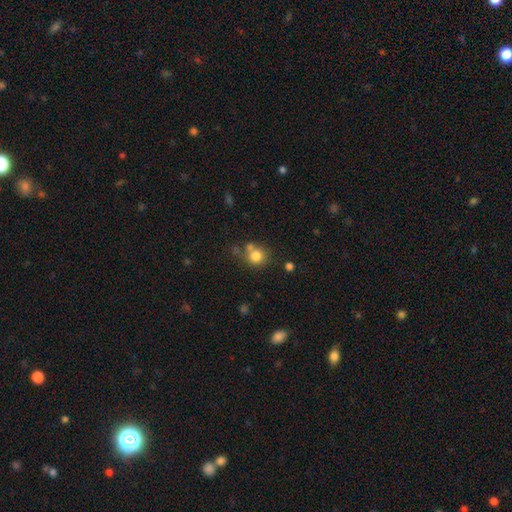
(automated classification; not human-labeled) Overall: smooth (80%). How rounded: round (86%). Merging: none (59%; merger 23%).